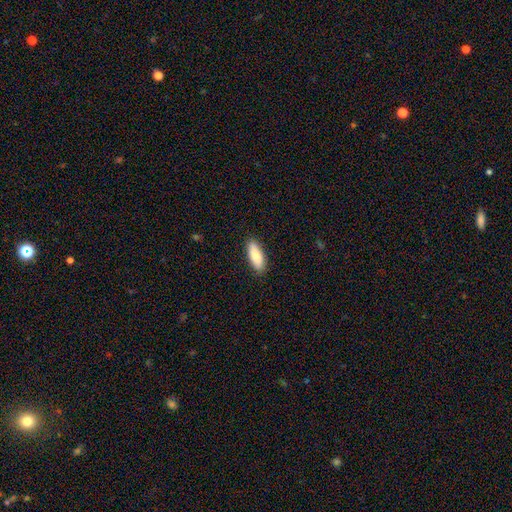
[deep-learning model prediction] Smooth or featured? smooth (83%)
How rounded? in between (66%)
Merging? none (88%)